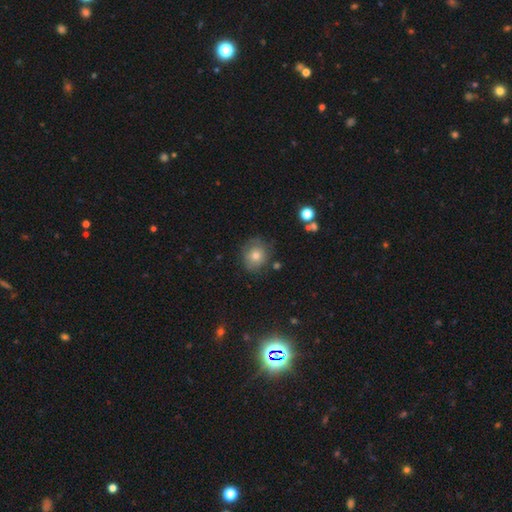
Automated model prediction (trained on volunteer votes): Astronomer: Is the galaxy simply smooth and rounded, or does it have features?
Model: smooth — 64%.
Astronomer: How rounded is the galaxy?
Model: round — 78%.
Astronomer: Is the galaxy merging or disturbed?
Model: none — 74%.